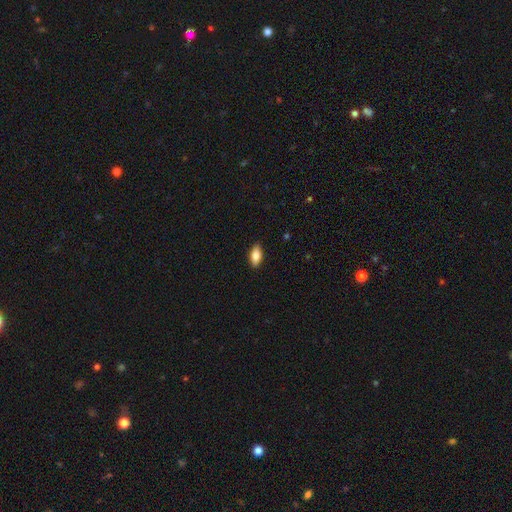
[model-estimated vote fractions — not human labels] The model was most divided on "smooth or featured": smooth: 80%, featured or disk: 13%, star or artifact: 7%. More confident: merging — none (89%); how rounded — in between (85%).